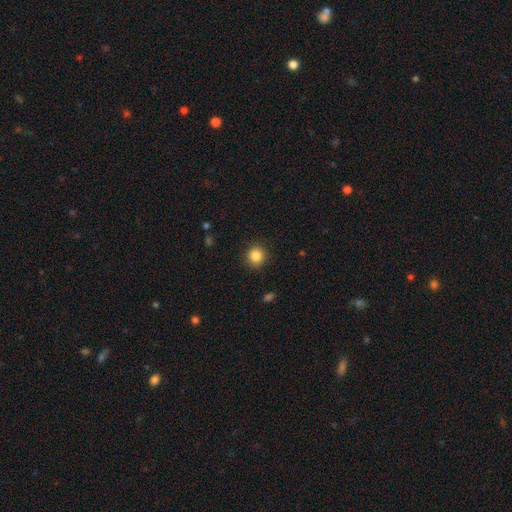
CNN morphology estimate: A smooth galaxy with no disk features (85%) that is round (92%). Merging: none (90%).